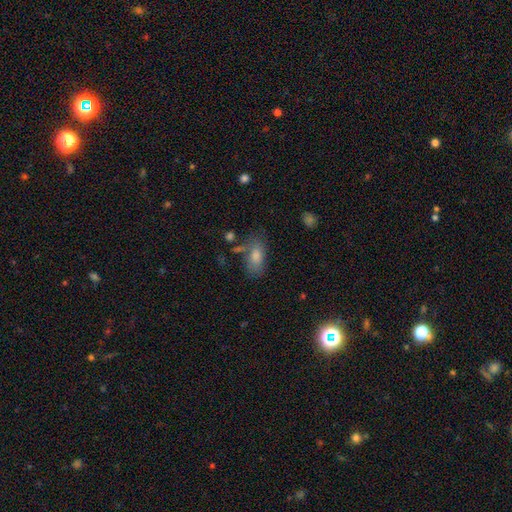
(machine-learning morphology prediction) smooth_or_featured: smooth (p=0.69) [alt: featured or disk p=0.16]
how_rounded: in between (p=0.86) [alt: cigar-shaped p=0.07]
merging: none (p=0.67) [alt: minor disturbance p=0.18]